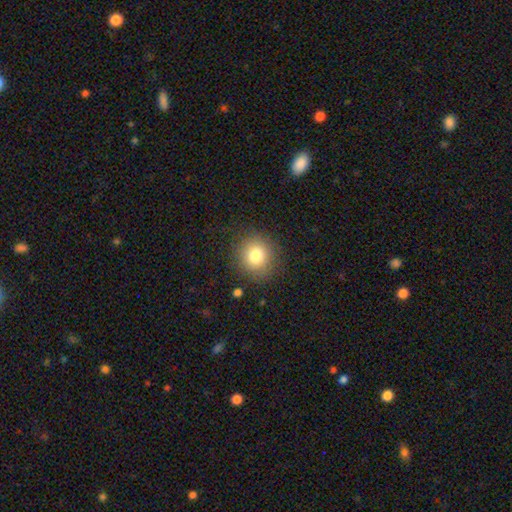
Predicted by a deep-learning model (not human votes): Smooth or featured: smooth — 78% (star or artifact — 12%)
How rounded: round — 89% (in between — 10%)
Merging: none — 86% (minor disturbance — 9%)